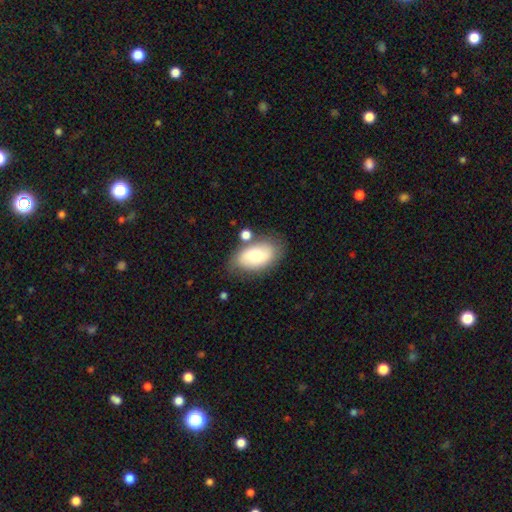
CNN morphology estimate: smooth_or_featured: smooth (p=0.69) [alt: featured or disk p=0.24]
how_rounded: in between (p=0.93) [alt: round p=0.05]
merging: none (p=0.67) [alt: minor disturbance p=0.18]